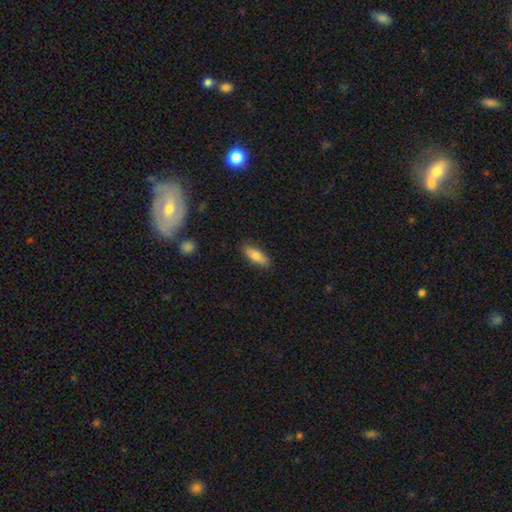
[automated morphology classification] Smooth or featured? smooth (77%)
How rounded? in between (64%)
Merging? none (85%)